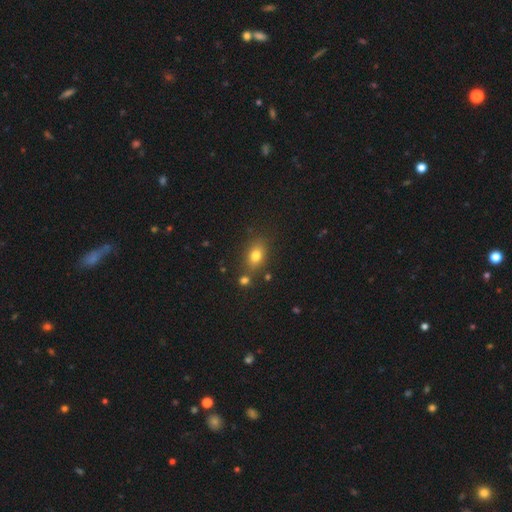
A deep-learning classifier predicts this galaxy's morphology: Smooth or featured? Predicted: smooth (p=0.78). How rounded? Predicted: in between (p=0.72). Merging? Predicted: none (p=0.73).